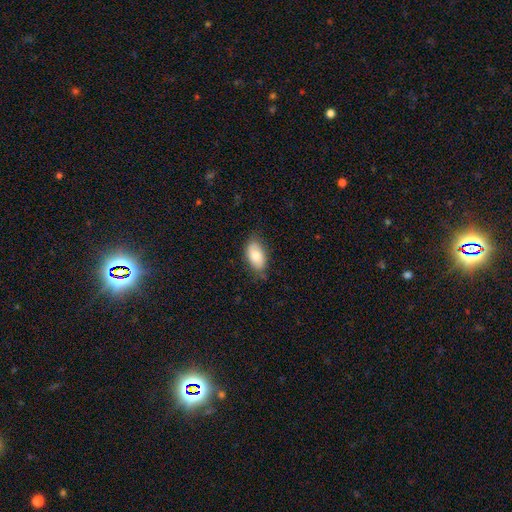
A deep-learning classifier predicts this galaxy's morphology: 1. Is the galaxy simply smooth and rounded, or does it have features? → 76% smooth, 18% featured or disk, 7% star or artifact.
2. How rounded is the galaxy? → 93% in between, 5% round, 2% cigar-shaped.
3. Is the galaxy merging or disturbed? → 72% none, 22% minor disturbance, 4% major disturbance, 1% merger.